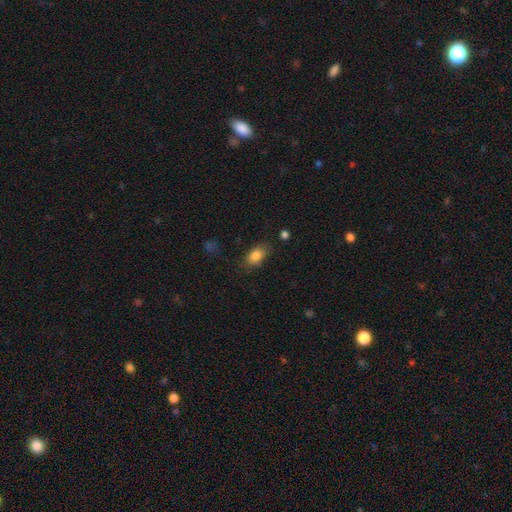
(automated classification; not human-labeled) Smooth or featured? Predicted: smooth (p=0.84). How rounded? Predicted: in between (p=0.84). Merging? Predicted: none (p=0.76).